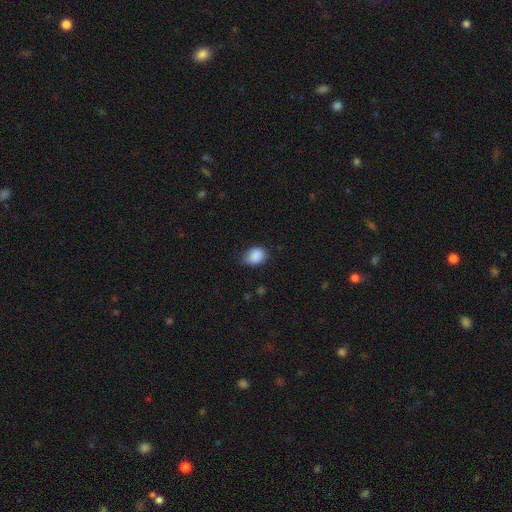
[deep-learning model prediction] The model was most divided on "how rounded": in between: 52%, round: 47%, cigar-shaped: 1%. More confident: smooth or featured — smooth (88%); merging — none (63%).